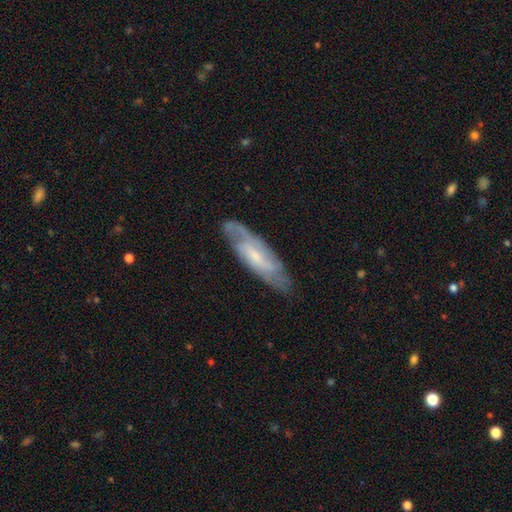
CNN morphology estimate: type=featured or disk (74%); edge-on=no (79%); bar=weak (44%); spiral arms=yes (91%); winding=medium (44%); arm count=2 (52%); bulge=small (63%); merging=none (76%).